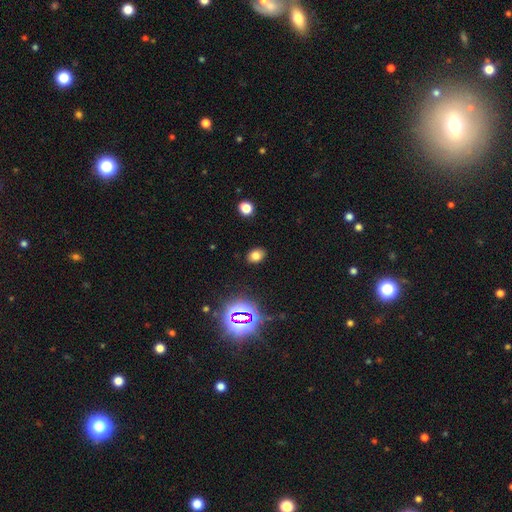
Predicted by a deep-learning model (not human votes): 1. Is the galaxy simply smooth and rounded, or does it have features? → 72% smooth, 20% star or artifact, 8% featured or disk.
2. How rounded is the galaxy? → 66% in between, 33% round, 1% cigar-shaped.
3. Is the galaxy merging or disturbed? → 88% none, 8% minor disturbance, 3% major disturbance, 1% merger.